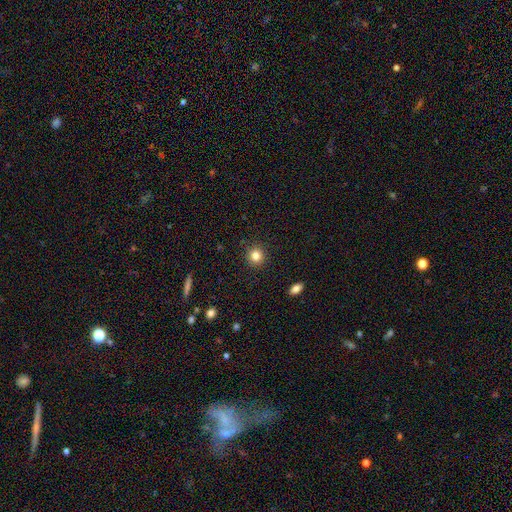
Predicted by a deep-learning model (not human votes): This is clearly a smooth galaxy (83%). How rounded: clearly round (90%). Merging: clearly none (90%).